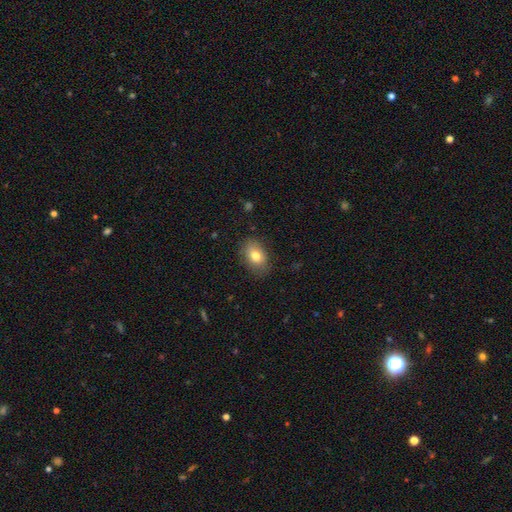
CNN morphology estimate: smooth 77%, featured or disk 15%, star or artifact 8%. Down the decision tree: how rounded — in between (84%); merging — none (81%).